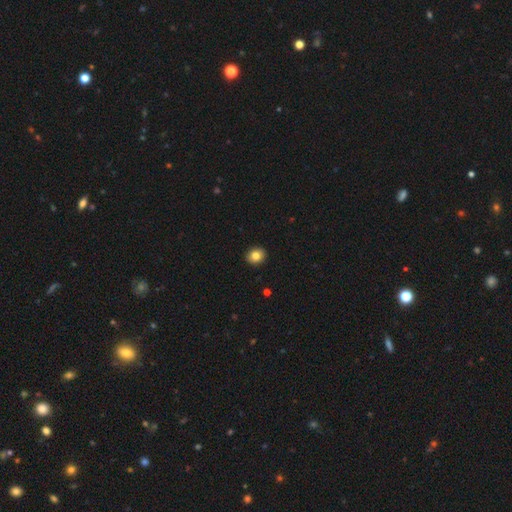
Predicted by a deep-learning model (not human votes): Smooth or featured?
  - smooth: 83% *
  - star or artifact: 10%
  - featured or disk: 8%
How rounded?
  - round: 71% *
  - in between: 29%
  - cigar-shaped: 1%
Merging?
  - none: 92% *
  - minor disturbance: 5%
  - major disturbance: 1%
  - merger: 1%